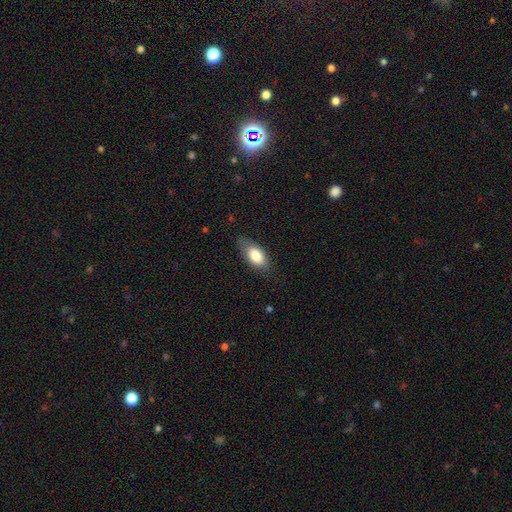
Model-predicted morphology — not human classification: smooth 78%, featured or disk 16%, star or artifact 6%. Down the decision tree: how rounded — in between (90%); merging — none (74%).